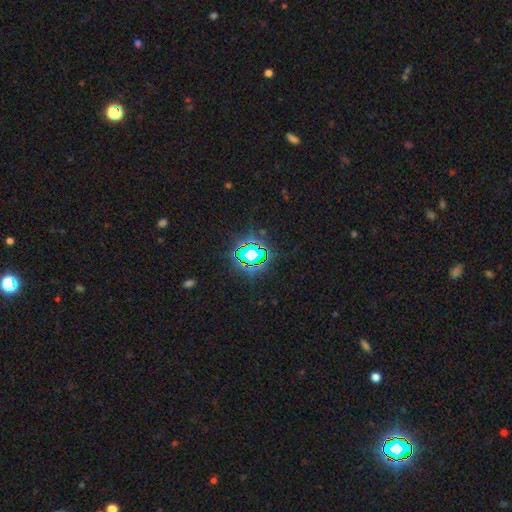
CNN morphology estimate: star or artifact 77%, smooth 14%, featured or disk 9%.